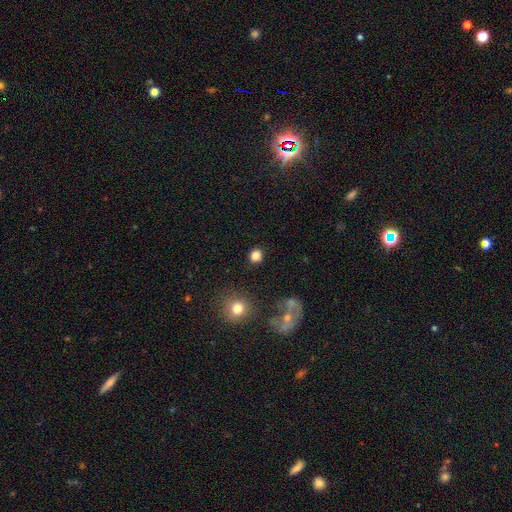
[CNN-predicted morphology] Smooth or featured?
  - smooth: 83% *
  - star or artifact: 12%
  - featured or disk: 5%
How rounded?
  - round: 87% *
  - in between: 12%
  - cigar-shaped: 1%
Merging?
  - none: 89% *
  - minor disturbance: 7%
  - major disturbance: 3%
  - merger: 2%